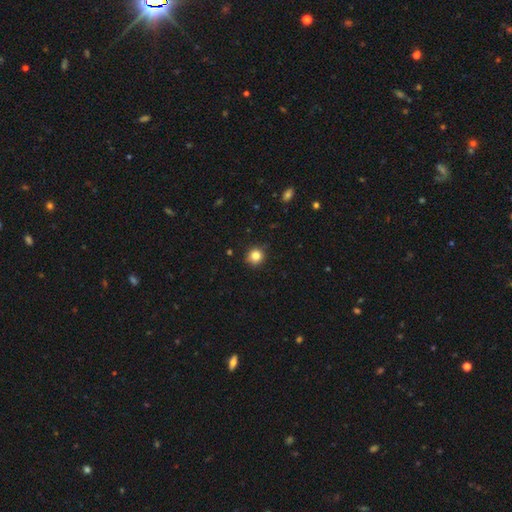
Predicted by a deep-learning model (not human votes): Smooth or featured?
  - smooth: 83% *
  - star or artifact: 11%
  - featured or disk: 6%
How rounded?
  - round: 88% *
  - in between: 11%
  - cigar-shaped: 1%
Merging?
  - none: 84% *
  - minor disturbance: 13%
  - major disturbance: 2%
  - merger: 1%